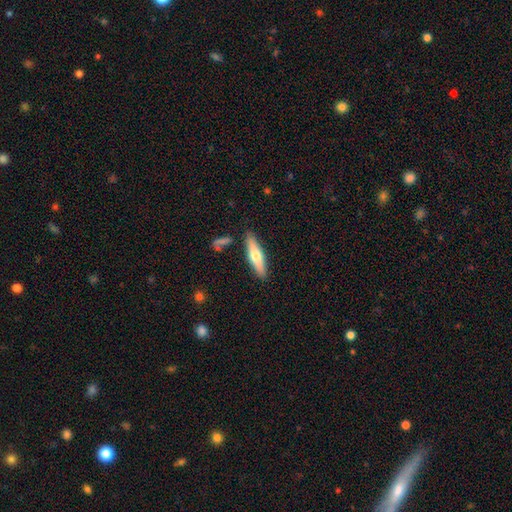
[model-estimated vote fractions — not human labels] smooth 55%, featured or disk 39%, star or artifact 6%. Down the decision tree: how rounded — cigar-shaped (72%); merging — none (85%).